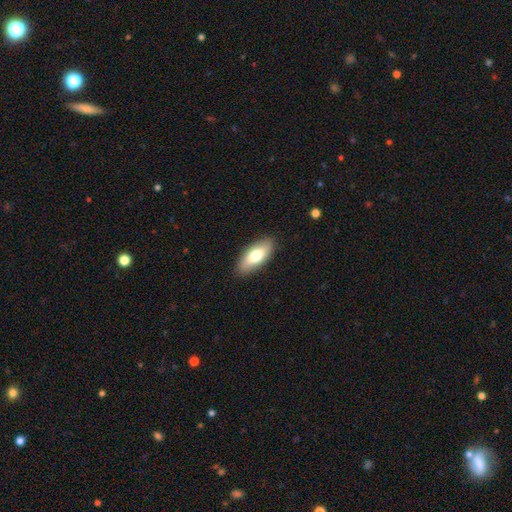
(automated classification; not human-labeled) Smooth or featured: smooth — 73% (featured or disk — 22%)
How rounded: in between — 83% (cigar-shaped — 15%)
Merging: none — 88% (minor disturbance — 9%)